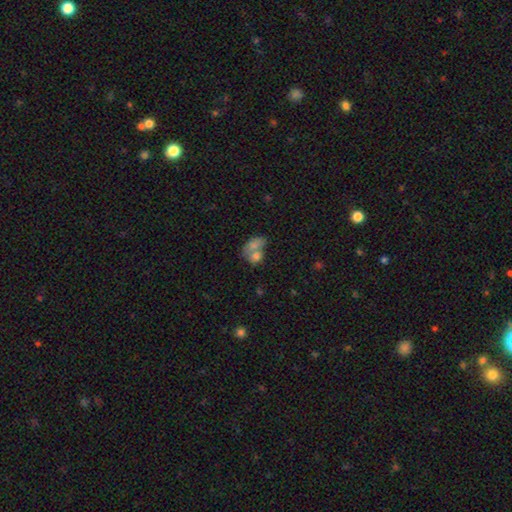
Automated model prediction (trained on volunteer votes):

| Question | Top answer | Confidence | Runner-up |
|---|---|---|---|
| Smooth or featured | smooth | 73% | featured or disk (17%) |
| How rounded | in between | 68% | round (30%) |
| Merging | merger | 64% | none (21%) |